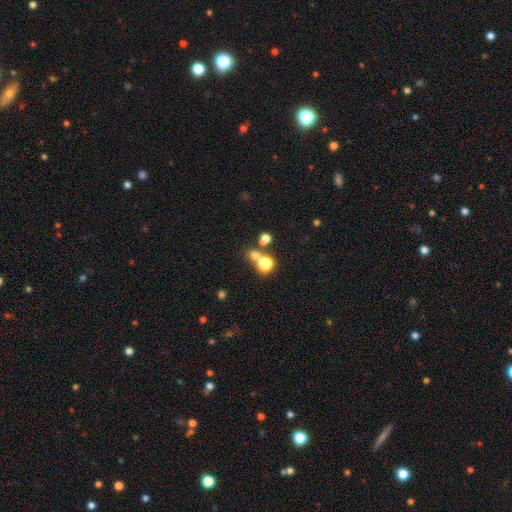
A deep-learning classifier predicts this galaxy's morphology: smooth-or-featured: smooth: 67% | star or artifact: 23% | featured or disk: 9%
  how-rounded: round: 83% | in between: 16% | cigar-shaped: 1%
  merging: none: 57% | merger: 32% | minor disturbance: 7% | major disturbance: 4%